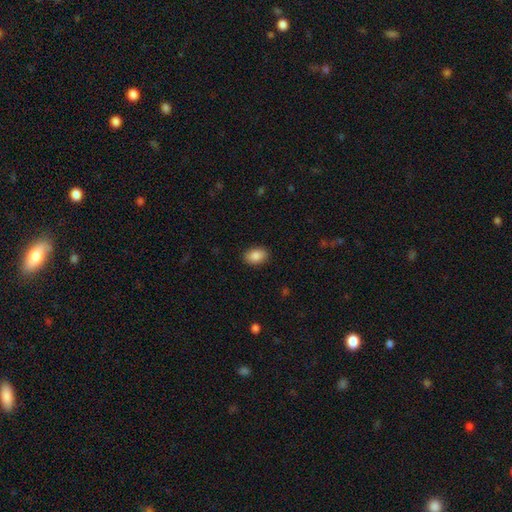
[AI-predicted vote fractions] A smooth galaxy with no disk features (87%) that is in between round and cigar-shaped (82%).

Vote fractions:
- Smooth or featured? smooth: 87% / star or artifact: 7% / featured or disk: 5%
- How rounded? in between: 82% / round: 17% / cigar-shaped: 1%
- Merging? none: 89% / minor disturbance: 8% / major disturbance: 2% / merger: 1%